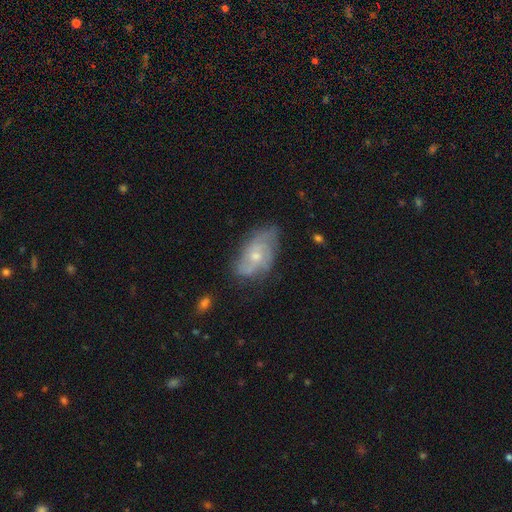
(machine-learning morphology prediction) featured or disk 70%, smooth 24%, star or artifact 7%. Down the decision tree: edge-on disk — no (95%); bar — no (74%); spiral arms — yes (86%); spiral arm count — can't tell (34%); spiral winding — medium (41%); bulge size — small (50%); merging — none (61%).